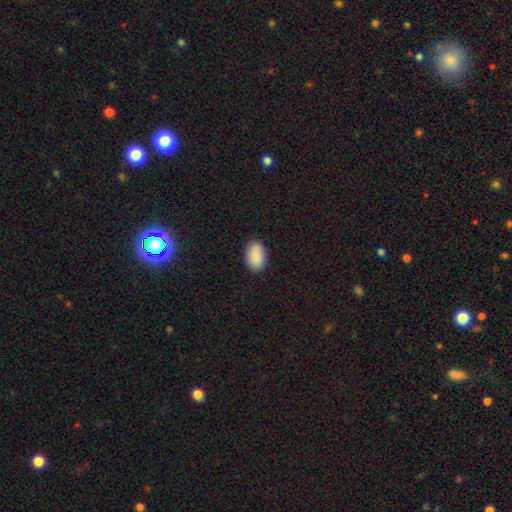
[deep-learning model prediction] Q: Smooth or featured?
A: smooth (90%); runner-up: star or artifact (7%)
Q: How rounded?
A: in between (90%); runner-up: round (8%)
Q: Merging?
A: none (86%); runner-up: minor disturbance (11%)